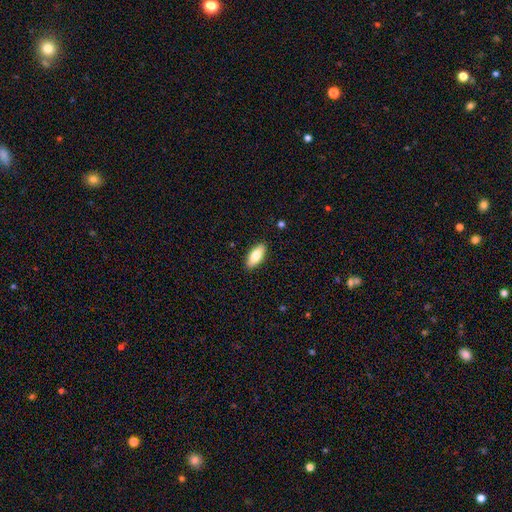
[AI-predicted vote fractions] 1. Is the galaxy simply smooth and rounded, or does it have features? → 78% smooth, 16% featured or disk, 6% star or artifact.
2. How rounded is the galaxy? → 83% in between, 15% cigar-shaped, 2% round.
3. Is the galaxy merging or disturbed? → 89% none, 8% minor disturbance, 2% major disturbance, 1% merger.